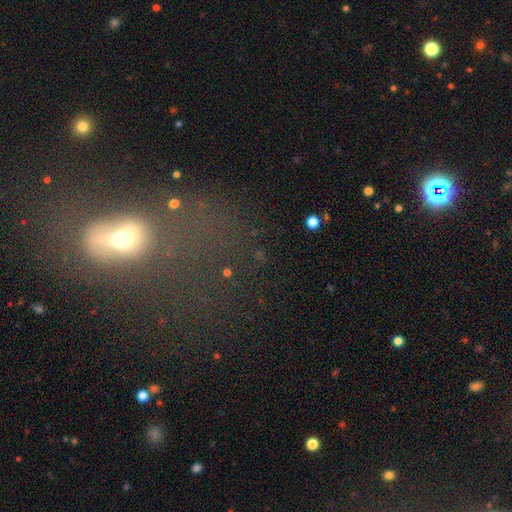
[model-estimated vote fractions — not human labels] Smooth or featured? Predicted: star or artifact (p=0.37, tied with smooth).